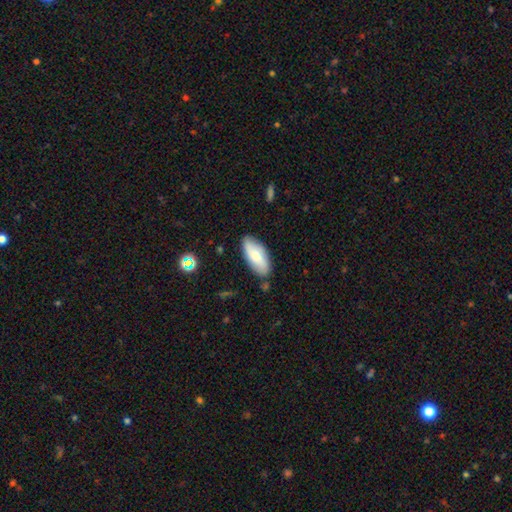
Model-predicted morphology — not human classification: A smooth galaxy with no disk features (71%) that is in between round and cigar-shaped (87%).

Vote fractions:
- Smooth or featured? smooth: 71% / featured or disk: 23% / star or artifact: 6%
- How rounded? in between: 87% / cigar-shaped: 11% / round: 2%
- Merging? none: 81% / minor disturbance: 14% / major disturbance: 3% / merger: 2%